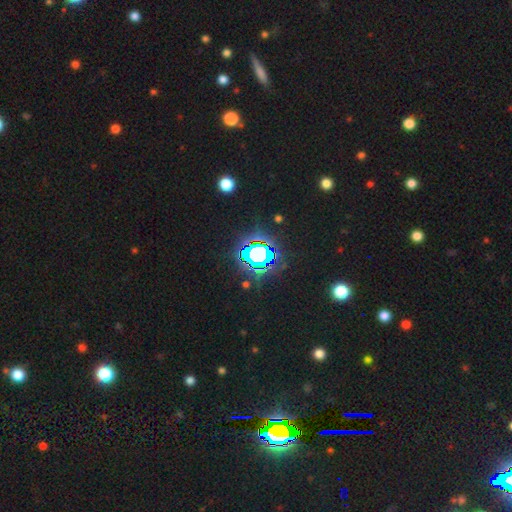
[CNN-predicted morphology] Smooth or featured: star or artifact — 68% (smooth — 18%)